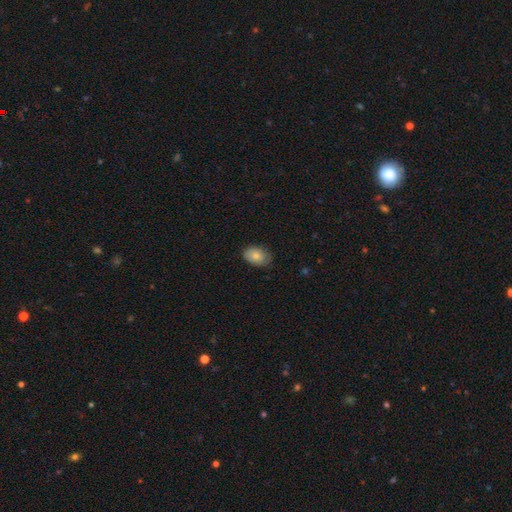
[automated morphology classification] Q: Smooth or featured?
A: smooth (81%); runner-up: featured or disk (12%)
Q: How rounded?
A: in between (84%); runner-up: round (15%)
Q: Merging?
A: none (77%); runner-up: minor disturbance (19%)